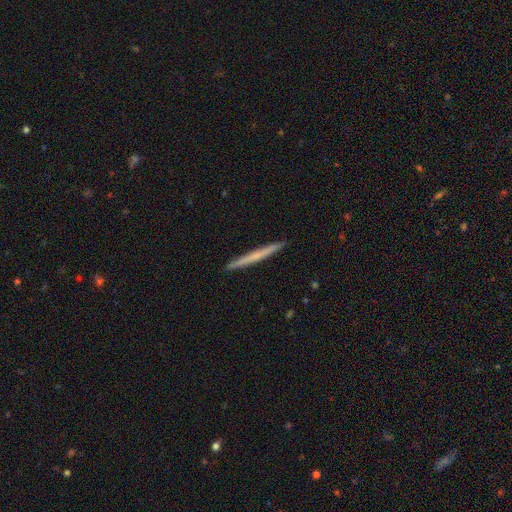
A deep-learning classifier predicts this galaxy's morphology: Smooth or featured? Predicted: smooth (p=0.52). How rounded? Predicted: cigar-shaped (p=0.97). Merging? Predicted: none (p=0.93).